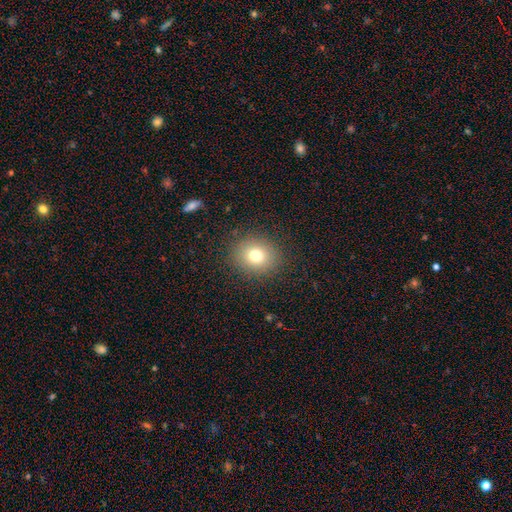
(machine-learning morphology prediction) Smooth or featured? smooth (75%)
How rounded? round (73%)
Merging? none (88%)